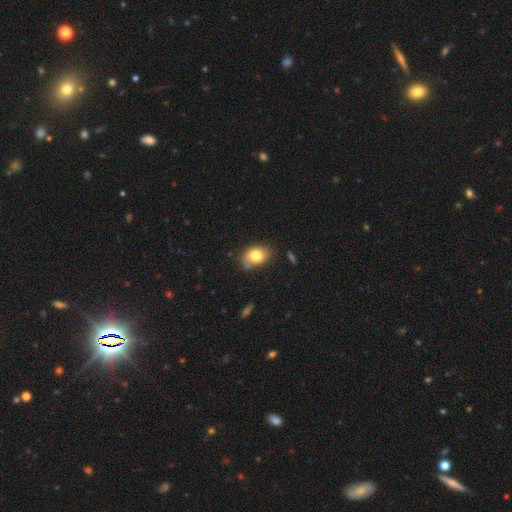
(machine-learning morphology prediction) This appears to be a smooth galaxy with no disk features (78%) that is in between round and cigar-shaped (73%). Merging: none (60%).